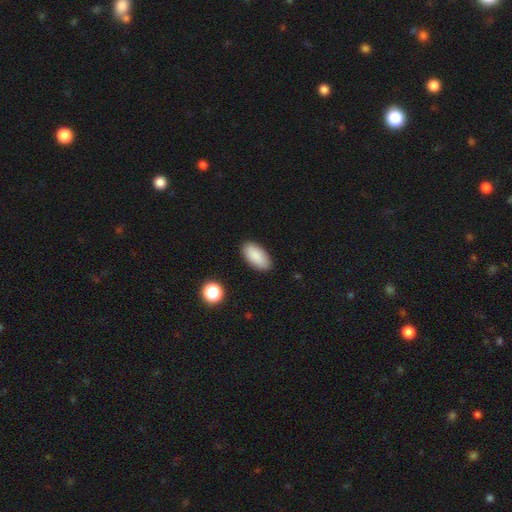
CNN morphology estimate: This appears to be a smooth galaxy with no disk features (89%) that is in between round and cigar-shaped (94%). Merging: none (88%).